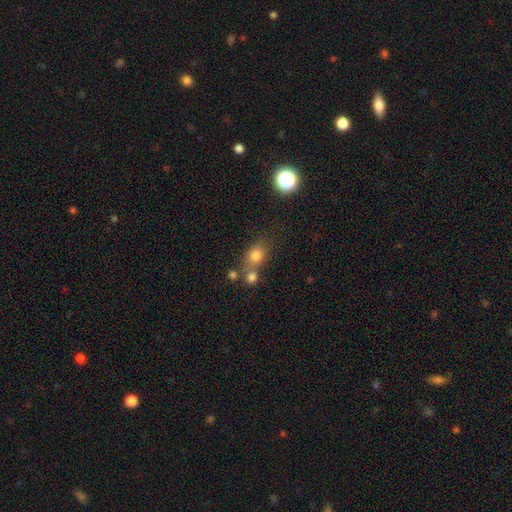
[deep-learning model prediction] This is likely a smooth galaxy (76%). How rounded: possibly round (57%). Merging: possibly none (48%).